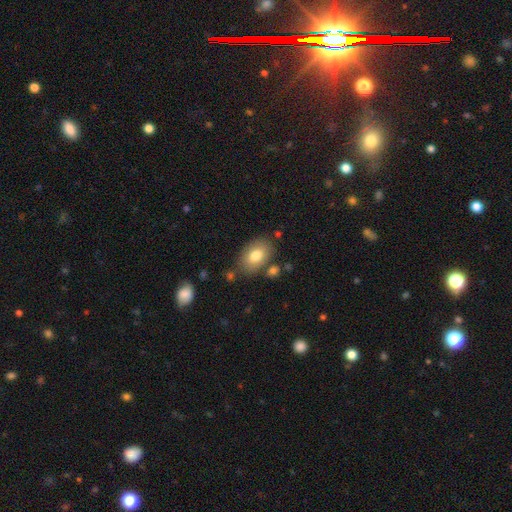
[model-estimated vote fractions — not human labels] This appears to be a smooth galaxy with no disk features (78%) that is in between round and cigar-shaped (88%). Merging: none (76%).